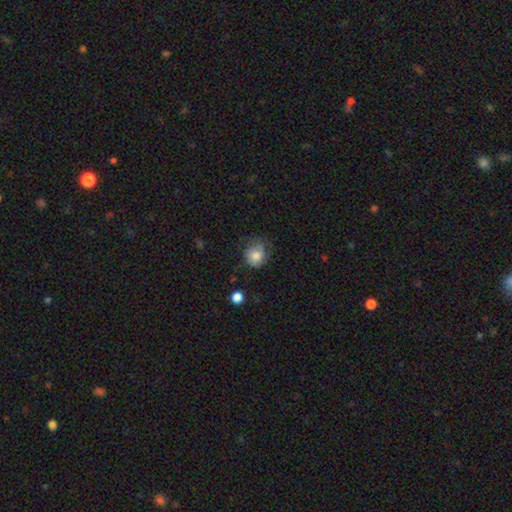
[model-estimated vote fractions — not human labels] Smooth or featured? smooth (68%)
How rounded? round (76%)
Merging? none (53%)